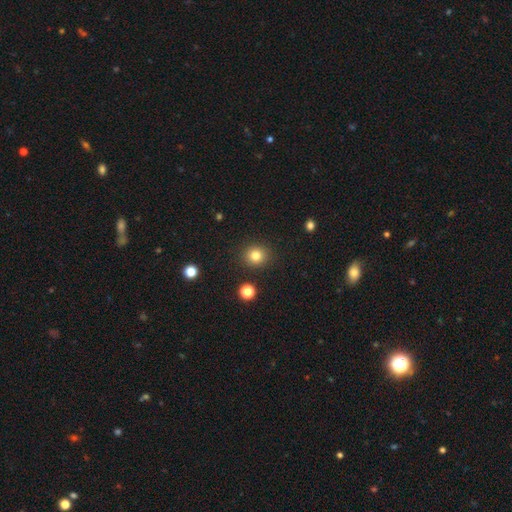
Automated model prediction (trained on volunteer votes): Smooth or featured? Predicted: smooth (p=0.82). How rounded? Predicted: round (p=0.88). Merging? Predicted: none (p=0.90).